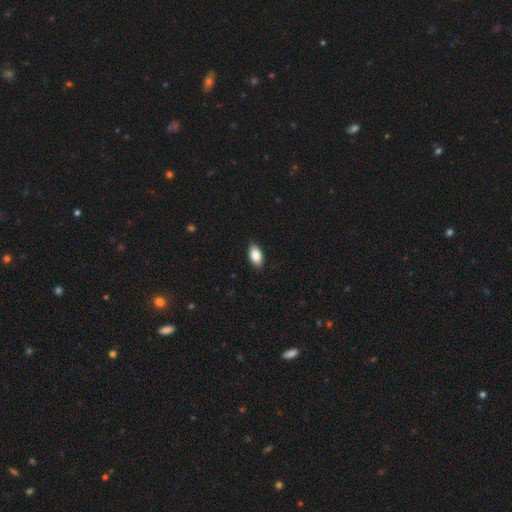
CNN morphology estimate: Smooth or featured? Predicted: smooth (p=0.86). How rounded? Predicted: in between (p=0.93). Merging? Predicted: none (p=0.89).